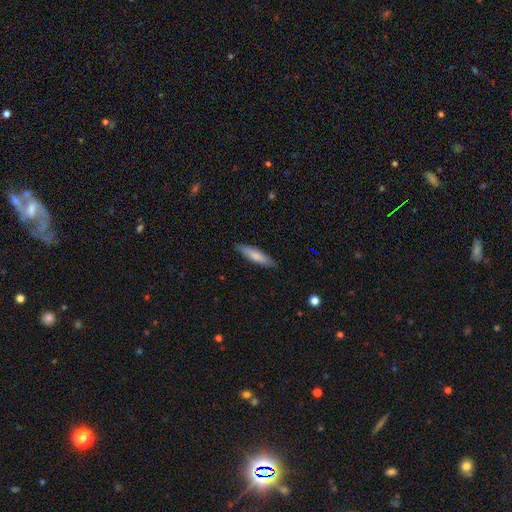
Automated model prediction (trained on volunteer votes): This is likely a smooth galaxy (74%). How rounded: likely cigar-shaped (77%). Merging: clearly none (86%).